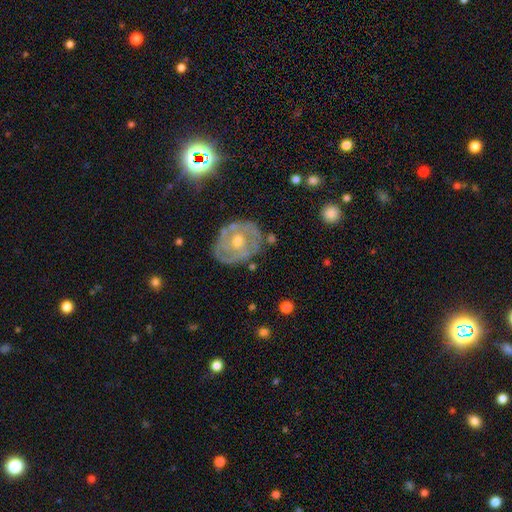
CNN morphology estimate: A featured or disk galaxy (76%) with no bar (70%), 2 (40%) tight (68%) spiral arms (81%) and a moderate central bulge (63%). Merging: none (75%).